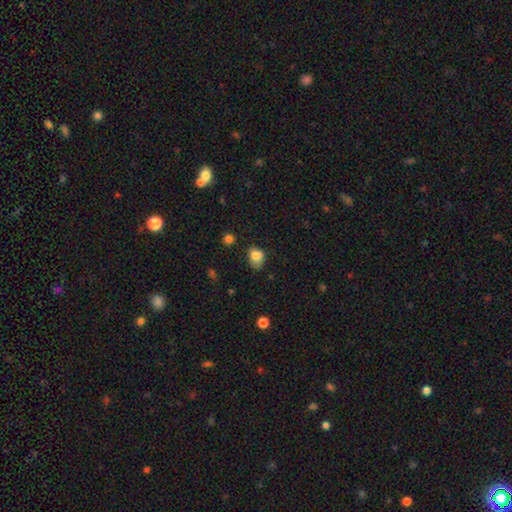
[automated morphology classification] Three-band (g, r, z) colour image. It shows a smooth galaxy with no disk features (80%) that is in between round and cigar-shaped (62%). Merging: none (45%).